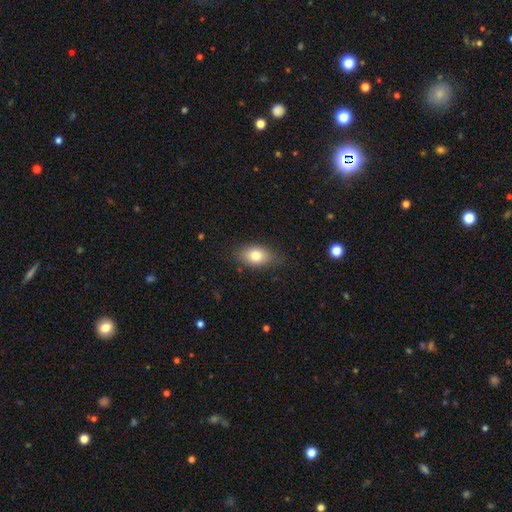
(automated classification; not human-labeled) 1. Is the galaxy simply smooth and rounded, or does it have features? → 79% smooth, 13% featured or disk, 8% star or artifact.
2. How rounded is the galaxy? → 84% in between, 13% round, 3% cigar-shaped.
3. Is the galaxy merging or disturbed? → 79% none, 16% minor disturbance, 3% major disturbance, 1% merger.